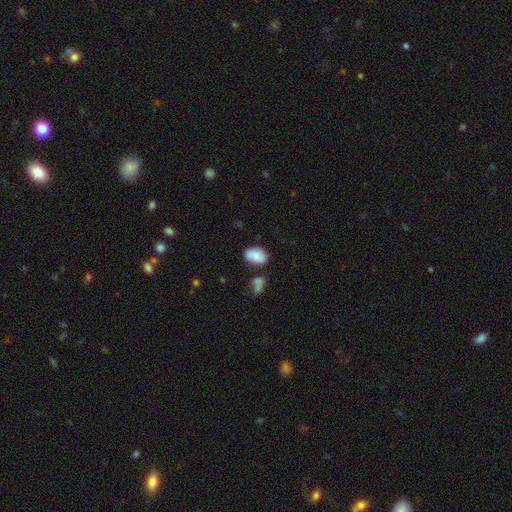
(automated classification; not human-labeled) This appears to be a smooth galaxy with no disk features (78%) that is in between round and cigar-shaped (86%). Merging: none (63%).